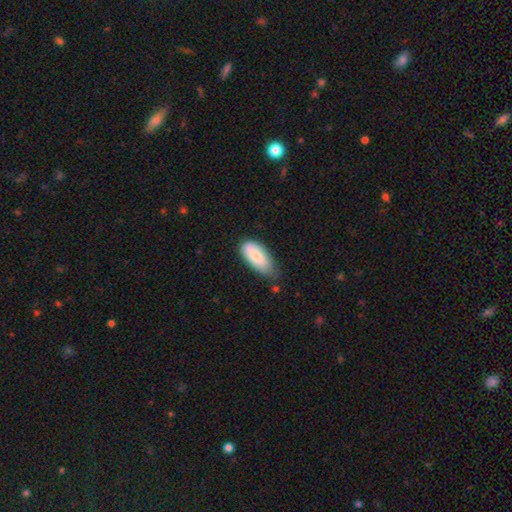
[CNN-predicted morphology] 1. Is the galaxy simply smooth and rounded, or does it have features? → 78% smooth, 16% featured or disk, 6% star or artifact.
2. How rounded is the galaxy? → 90% in between, 8% cigar-shaped, 2% round.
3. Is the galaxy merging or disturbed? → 51% none, 39% minor disturbance, 7% major disturbance, 3% merger.